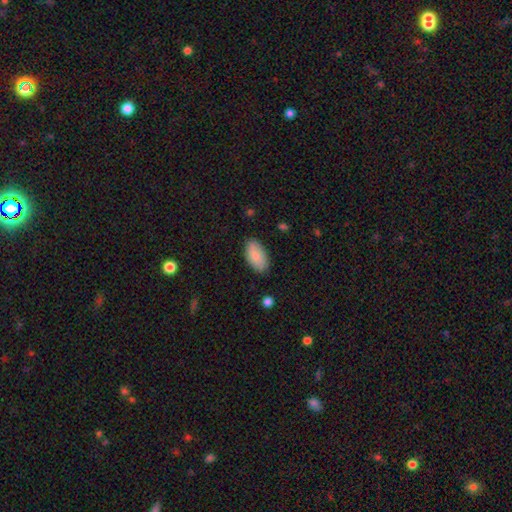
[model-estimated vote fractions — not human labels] This is clearly a smooth galaxy (84%). How rounded: clearly in between (95%). Merging: clearly none (84%).